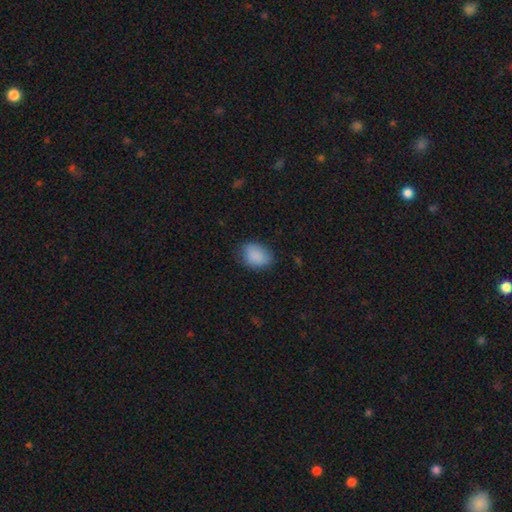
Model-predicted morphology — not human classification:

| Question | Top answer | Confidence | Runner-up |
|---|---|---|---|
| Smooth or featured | smooth | 87% | star or artifact (8%) |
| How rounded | in between | 73% | round (26%) |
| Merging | none | 71% | minor disturbance (23%) |